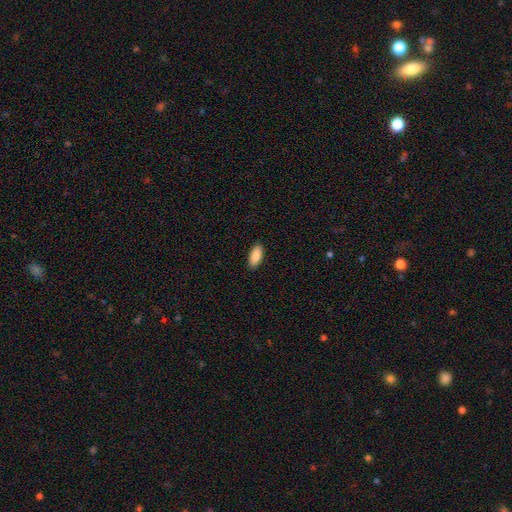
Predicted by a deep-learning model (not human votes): The model was most divided on "how rounded": in between: 88%, cigar-shaped: 10%, round: 2%. More confident: merging — none (89%); smooth or featured — smooth (89%).